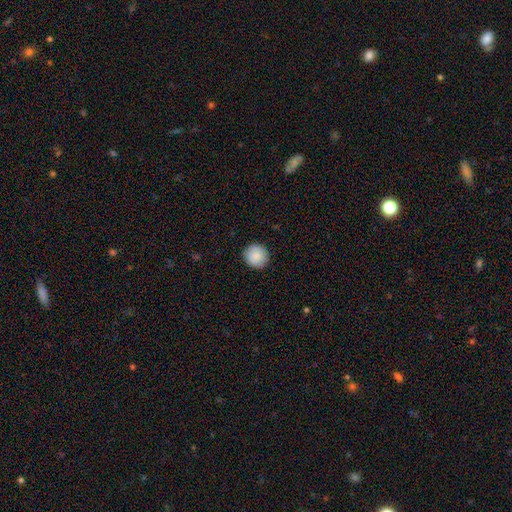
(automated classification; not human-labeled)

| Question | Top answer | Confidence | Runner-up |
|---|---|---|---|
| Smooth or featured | smooth | 89% | star or artifact (7%) |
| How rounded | round | 94% | in between (5%) |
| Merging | none | 91% | minor disturbance (6%) |